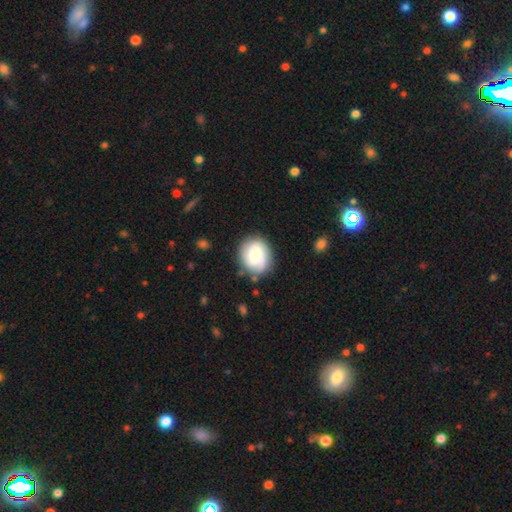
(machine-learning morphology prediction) Smooth or featured: featured or disk — 47% (smooth — 45%)
Merging: none — 77% (minor disturbance — 15%)